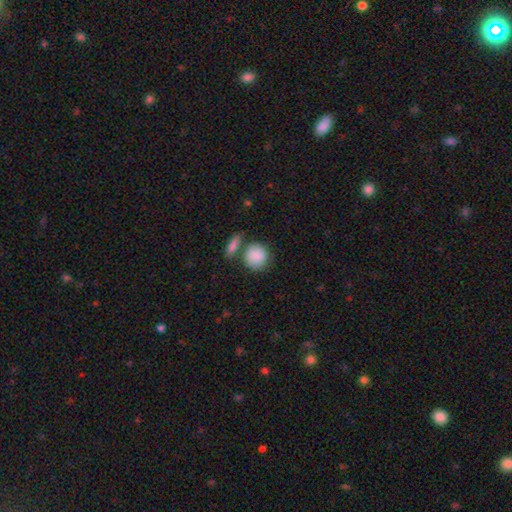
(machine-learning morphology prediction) Smooth or featured?
  - smooth: 83% *
  - featured or disk: 11%
  - star or artifact: 6%
How rounded?
  - round: 80% *
  - in between: 19%
  - cigar-shaped: 2%
Merging?
  - none: 55% *
  - merger: 25%
  - minor disturbance: 15%
  - major disturbance: 5%